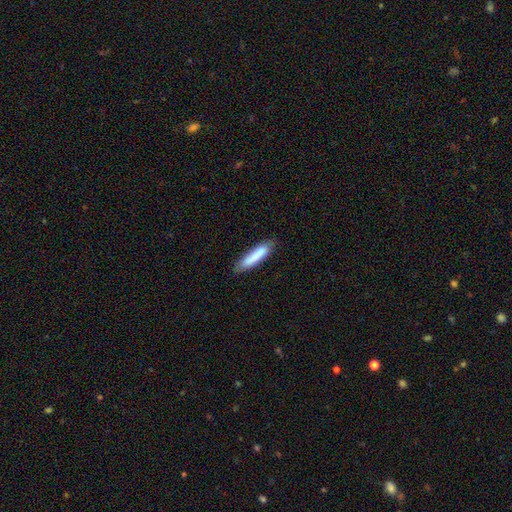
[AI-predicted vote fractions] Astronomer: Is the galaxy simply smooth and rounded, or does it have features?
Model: smooth — 84%.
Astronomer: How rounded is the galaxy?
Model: cigar-shaped — 82%.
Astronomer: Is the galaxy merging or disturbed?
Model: none — 81%.